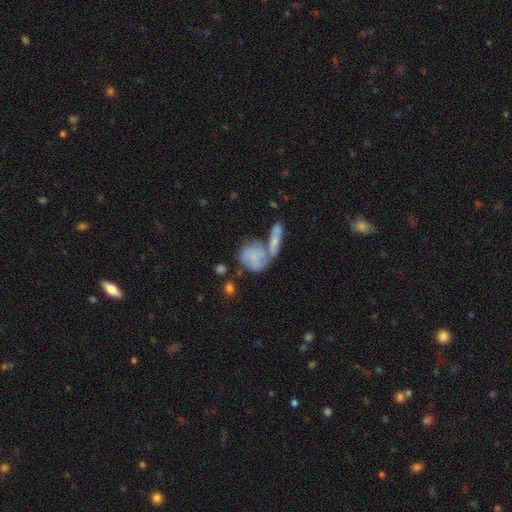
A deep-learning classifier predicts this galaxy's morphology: Smooth or featured? Predicted: featured or disk (p=0.48). Merging? Predicted: merger (p=0.46).